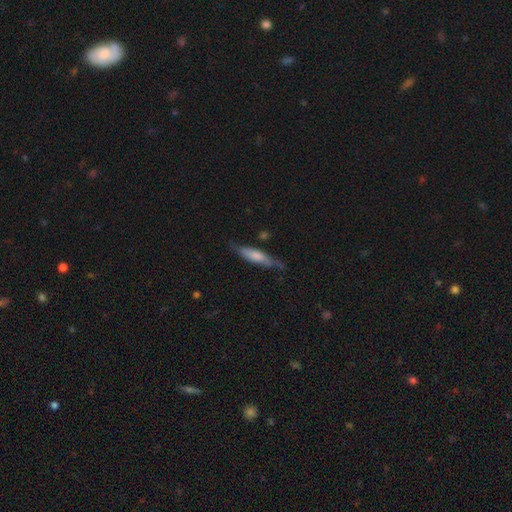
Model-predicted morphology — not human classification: type=smooth (60%); roundness=cigar-shaped (71%); merging=none (61%).